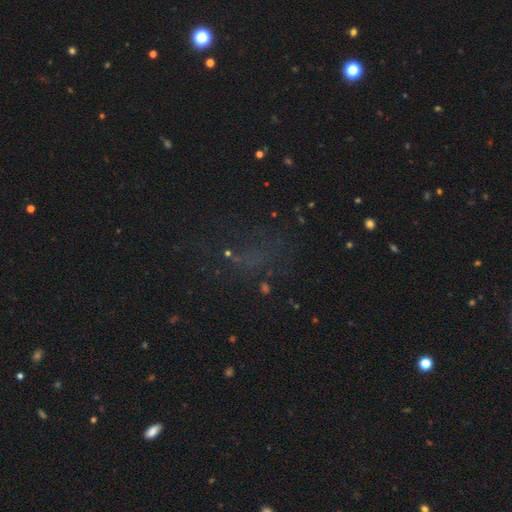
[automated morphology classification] This appears to be a star or artifact, not a galaxy (51%).